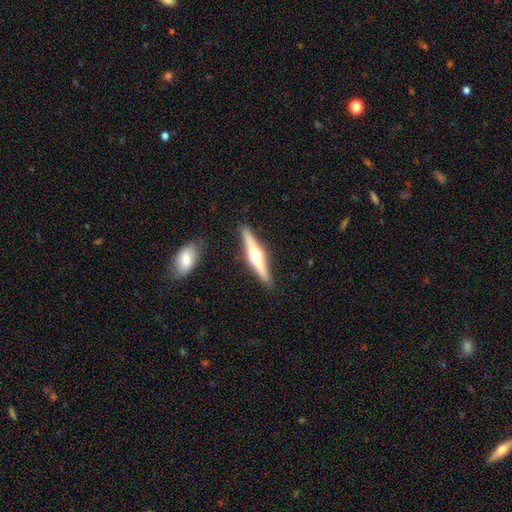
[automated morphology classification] This is likely a featured or disk galaxy (66%). It is clearly viewed edge-on (97%). Edge-on bulge: clearly rounded (94%). Merging: clearly none (89%).